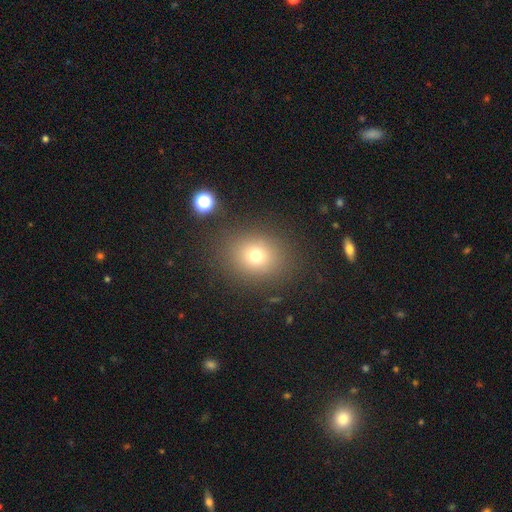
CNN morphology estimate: Smooth or featured? smooth (72%)
How rounded? round (66%)
Merging? none (83%)